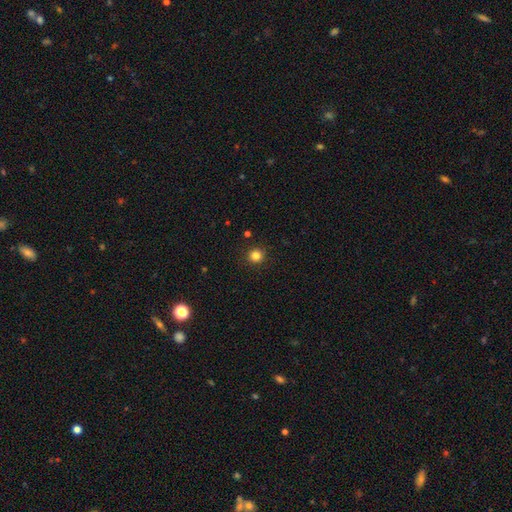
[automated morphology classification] This appears to be a smooth galaxy with no disk features (83%) that is round (94%). Merging: none (92%).